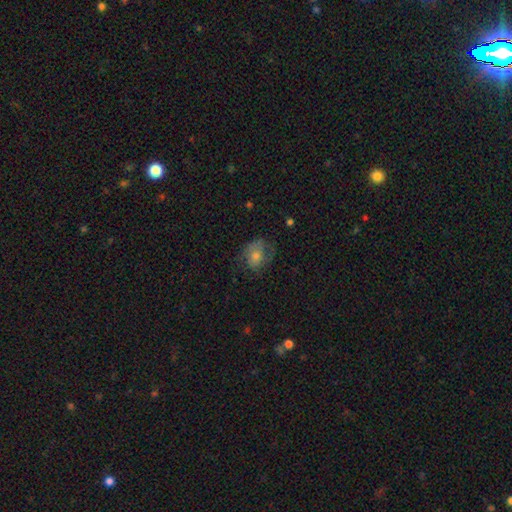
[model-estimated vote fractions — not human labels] smooth_or_featured: smooth (p=0.48) [alt: featured or disk p=0.40]
merging: none (p=0.61) [alt: minor disturbance p=0.23]